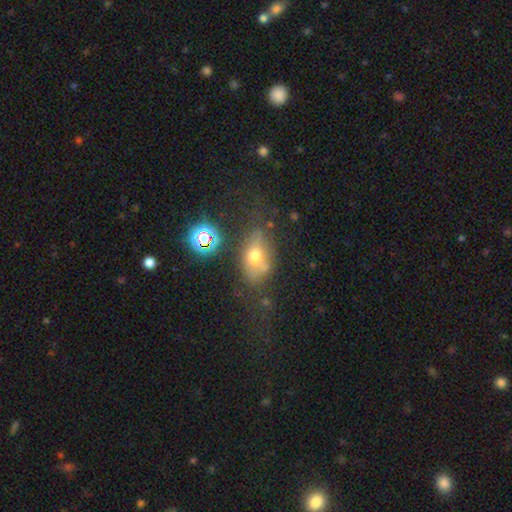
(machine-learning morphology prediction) Q: Smooth or featured?
A: smooth (57%); runner-up: featured or disk (25%)
Q: How rounded?
A: in between (77%); runner-up: round (18%)
Q: Merging?
A: none (56%); runner-up: minor disturbance (22%)